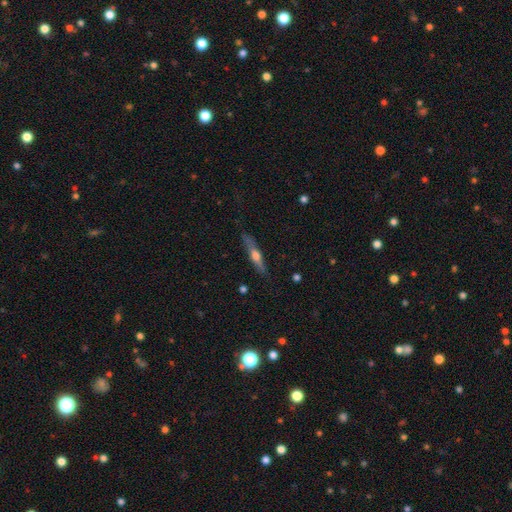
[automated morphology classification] A featured or disk galaxy (58%) viewed edge-on (94%) with a rounded central bulge (89%). Merging: none (83%).